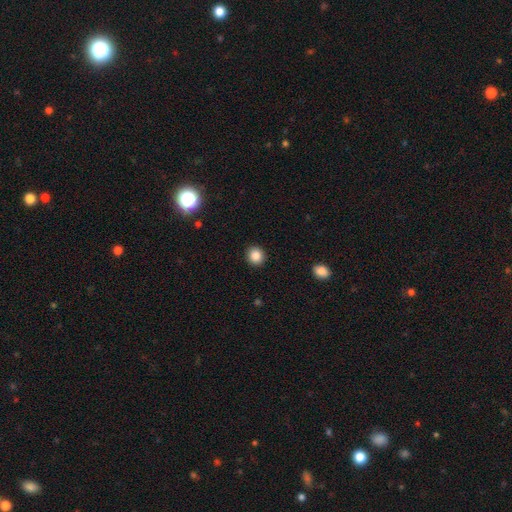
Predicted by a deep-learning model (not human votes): The model was most divided on "how rounded": round: 85%, in between: 14%, cigar-shaped: 1%. More confident: merging — none (92%); smooth or featured — smooth (86%).